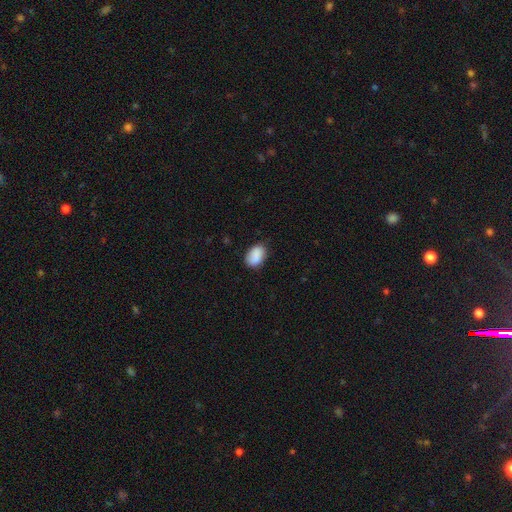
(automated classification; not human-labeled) Morphology: type=smooth (87%); roundness=in between (84%); merging=none (75%).